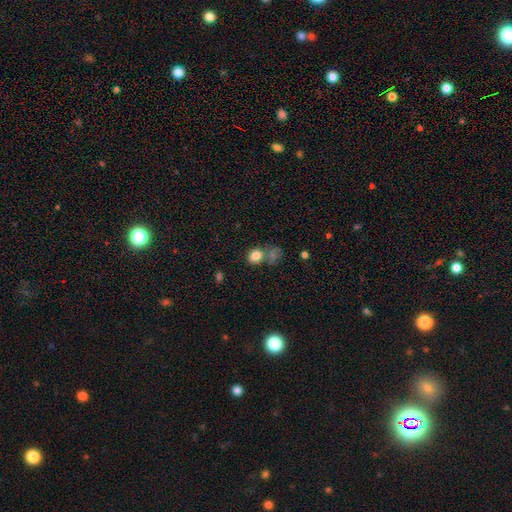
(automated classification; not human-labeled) Overall: smooth (82%). How rounded: round (56%; in between 43%). Merging: none (52%; merger 28%).